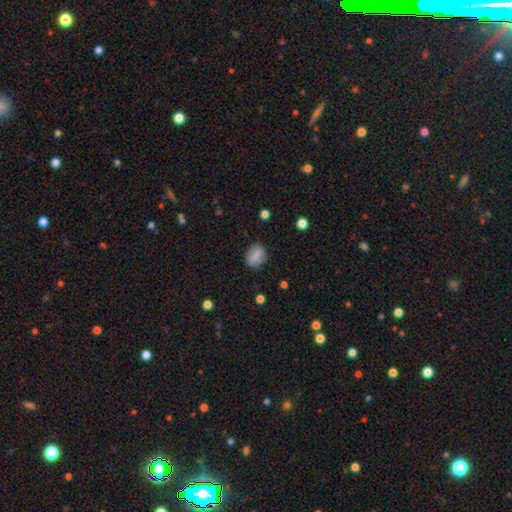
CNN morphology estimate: A smooth galaxy with no disk features (81%) that is in between round and cigar-shaped (65%).

Vote fractions:
- Smooth or featured? smooth: 81% / featured or disk: 11% / star or artifact: 8%
- How rounded? in between: 65% / round: 33% / cigar-shaped: 2%
- Merging? none: 85% / minor disturbance: 11% / major disturbance: 3% / merger: 1%